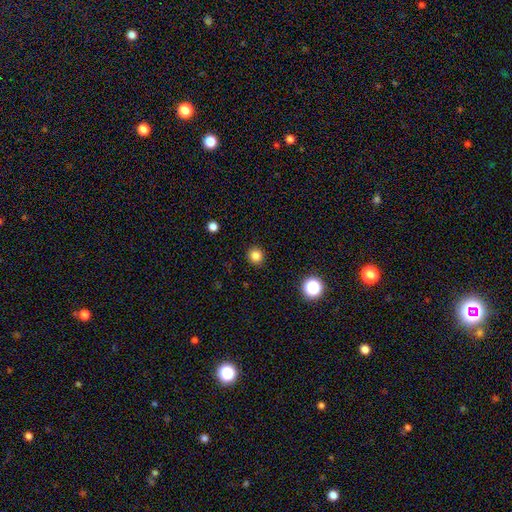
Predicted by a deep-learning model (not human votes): smooth_or_featured: smooth (p=0.82) [alt: star or artifact p=0.13]
how_rounded: round (p=0.92) [alt: in between p=0.07]
merging: none (p=0.91) [alt: minor disturbance p=0.06]